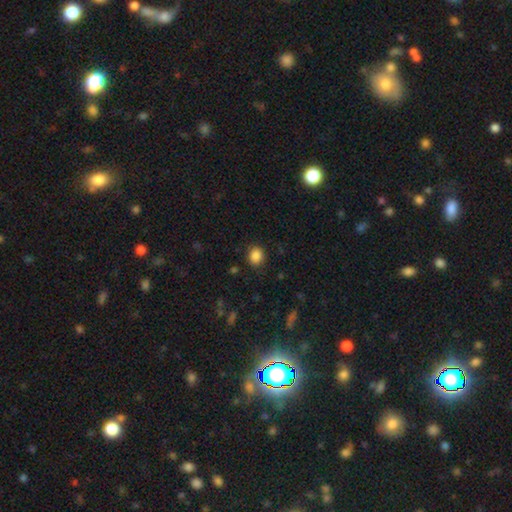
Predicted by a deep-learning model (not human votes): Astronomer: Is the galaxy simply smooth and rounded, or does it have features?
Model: smooth — 86%.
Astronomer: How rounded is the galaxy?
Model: round — 66%.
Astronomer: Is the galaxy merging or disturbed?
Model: none — 86%.